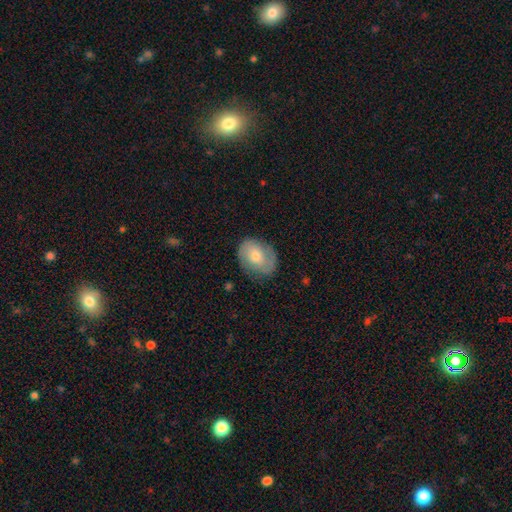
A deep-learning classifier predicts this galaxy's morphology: Smooth or featured? featured or disk (49%)
Merging? none (78%)